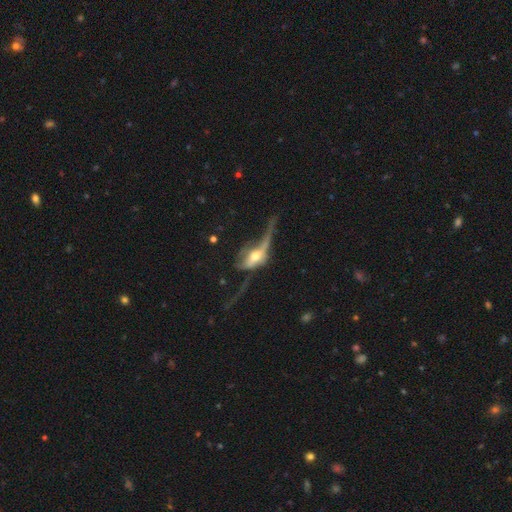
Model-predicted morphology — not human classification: Smooth or featured: featured or disk — 68% (smooth — 24%)
Edge-on disk: yes — 59% (no — 41%)
Merging: major disturbance — 52% (none — 22%)